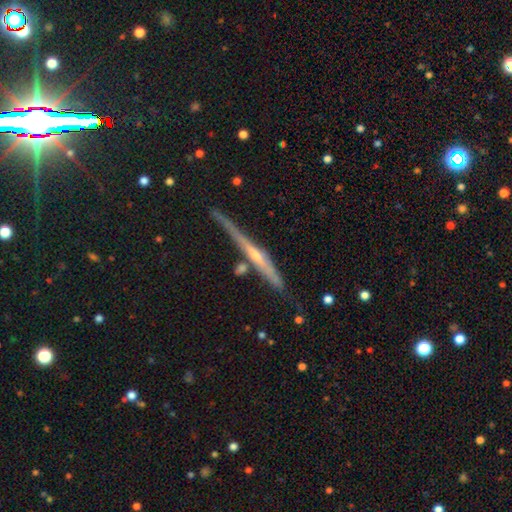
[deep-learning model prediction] This is likely a featured or disk galaxy (71%). It is clearly viewed edge-on (96%). Edge-on bulge: possibly rounded (51%). Merging: likely none (72%).